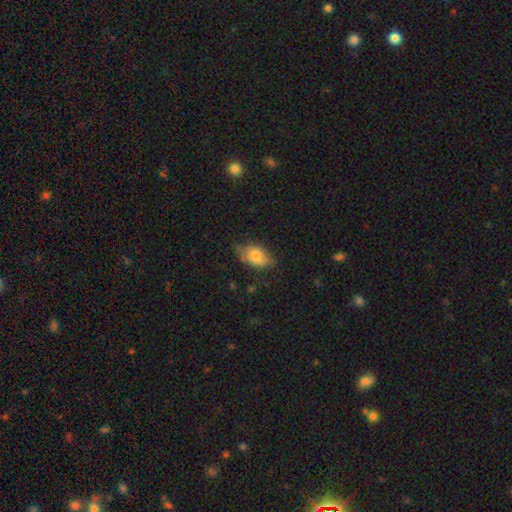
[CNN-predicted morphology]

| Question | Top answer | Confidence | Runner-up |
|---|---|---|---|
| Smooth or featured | smooth | 74% | featured or disk (18%) |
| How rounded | in between | 88% | round (10%) |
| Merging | none | 57% | minor disturbance (33%) |